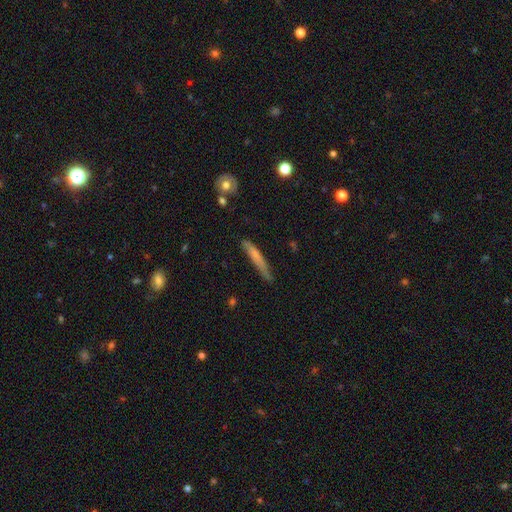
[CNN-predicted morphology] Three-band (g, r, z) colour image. It shows a smooth galaxy with no disk features (65%) that is cigar-shaped (93%). Merging: none (64%).